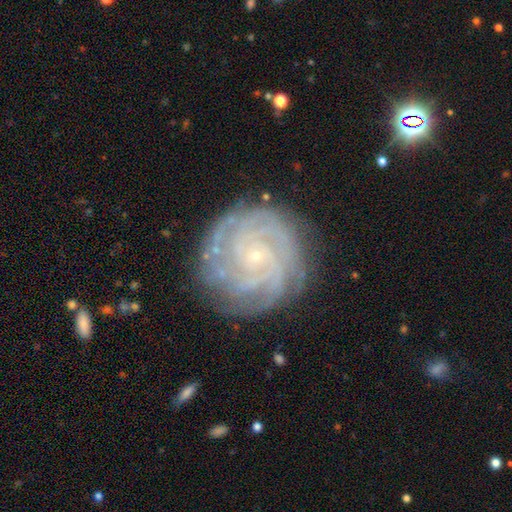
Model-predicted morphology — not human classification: This appears to be a featured or disk galaxy (87%) with no bar (75%), 4 (29%) tight (82%) spiral arms (98%) and a small central bulge (89%). Merging: none (82%).